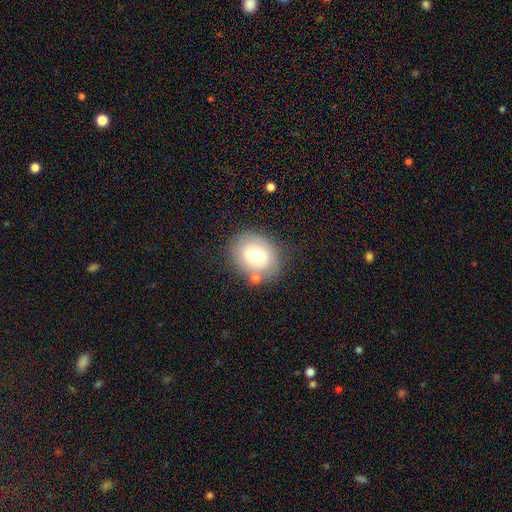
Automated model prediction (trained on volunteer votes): Smooth or featured? Predicted: smooth (p=0.65). How rounded? Predicted: round (p=0.57). Merging? Predicted: none (p=0.71).